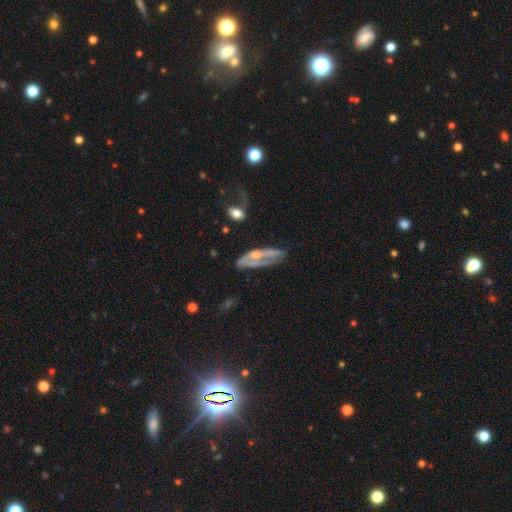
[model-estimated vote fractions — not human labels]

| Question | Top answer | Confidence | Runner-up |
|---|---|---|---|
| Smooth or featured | featured or disk | 64% | smooth (27%) |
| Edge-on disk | no | 69% | yes (31%) |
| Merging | none | 37% | major disturbance (32%) |